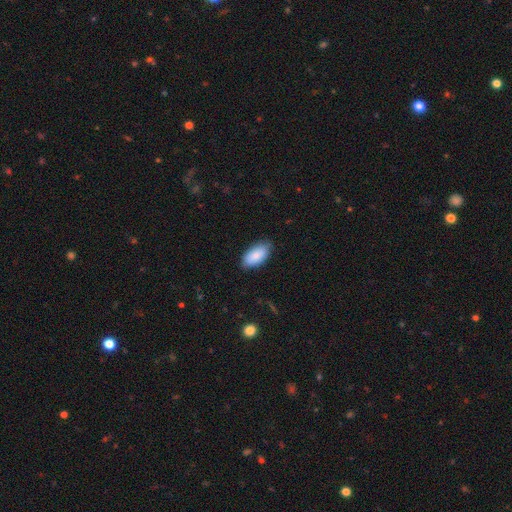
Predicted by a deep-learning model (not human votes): Smooth or featured? smooth (85%)
How rounded? in between (94%)
Merging? none (82%)